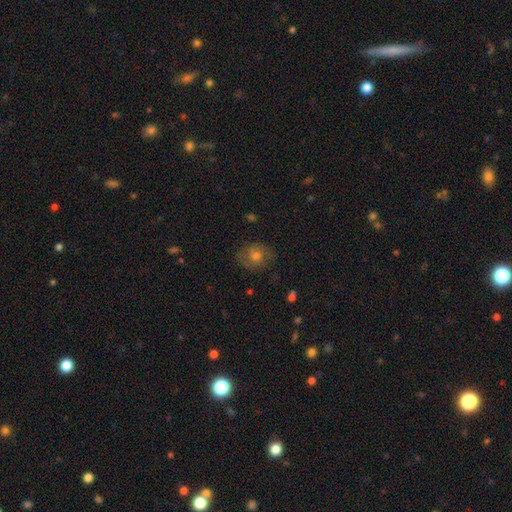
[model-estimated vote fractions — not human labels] Morphology: type=smooth (48%); merging=none (77%).